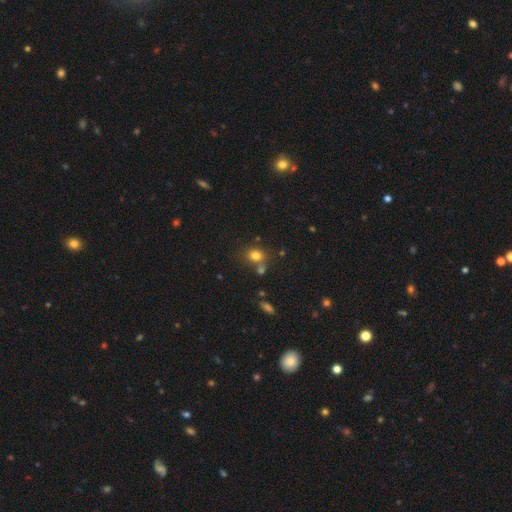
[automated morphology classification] smooth-or-featured: smooth: 77% | star or artifact: 14% | featured or disk: 8%
  how-rounded: round: 60% | in between: 39% | cigar-shaped: 1%
  merging: none: 62% | merger: 22% | minor disturbance: 12% | major disturbance: 4%